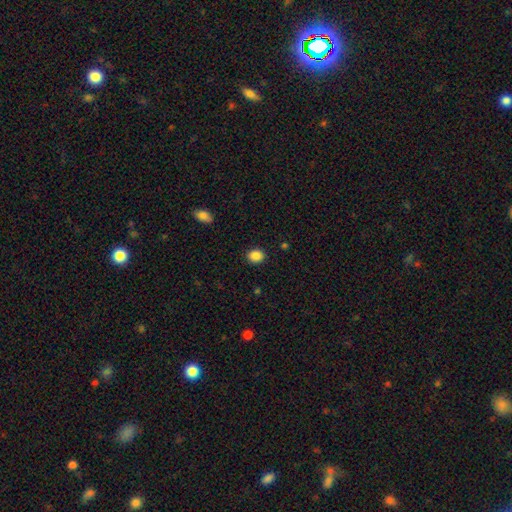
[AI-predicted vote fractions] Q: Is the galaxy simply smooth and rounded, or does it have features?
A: smooth — 87%.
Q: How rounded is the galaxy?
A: round — 60%.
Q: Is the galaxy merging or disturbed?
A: none — 90%.